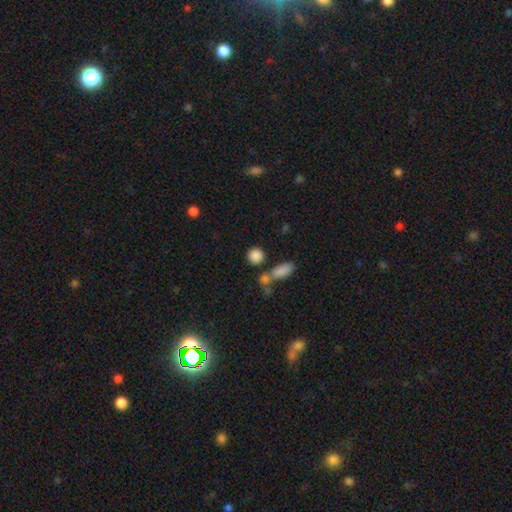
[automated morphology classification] smooth 85%, star or artifact 9%, featured or disk 5%. Down the decision tree: how rounded — round (83%); merging — none (69%).